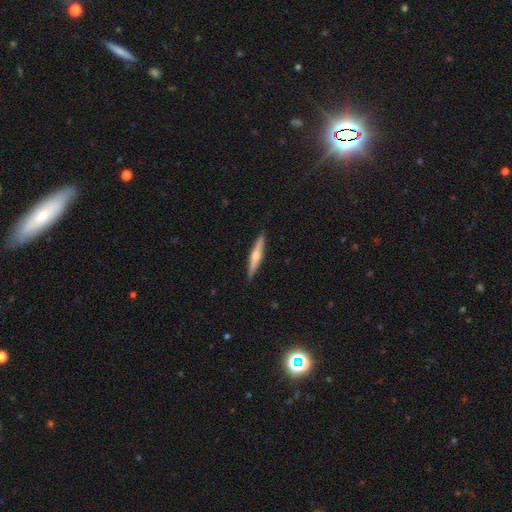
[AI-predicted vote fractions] Overall: featured or disk (61%; smooth 33%). Edge-on disk: yes (96%). Edge-on bulge: rounded (87%). Merging: none (91%).